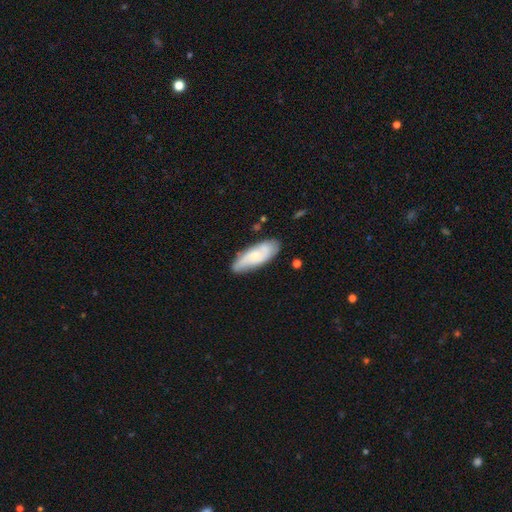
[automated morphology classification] This is possibly a smooth galaxy (48%). Merging: likely none (75%).